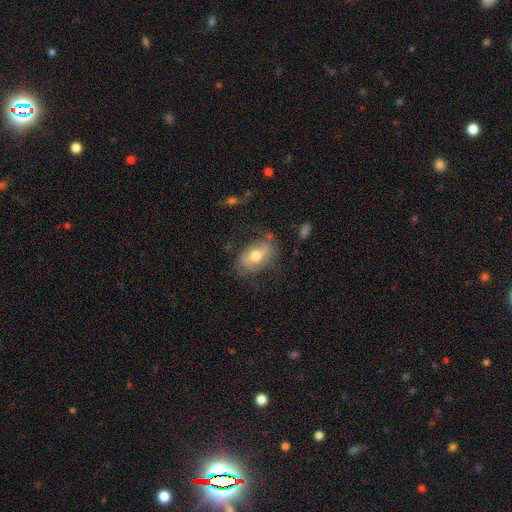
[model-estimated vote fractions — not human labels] Smooth or featured?
  - smooth: 50% *
  - featured or disk: 43%
  - star or artifact: 7%
How rounded?
  - in between: 82% *
  - round: 17%
  - cigar-shaped: 2%
Merging?
  - none: 61% *
  - minor disturbance: 23%
  - major disturbance: 14%
  - merger: 2%